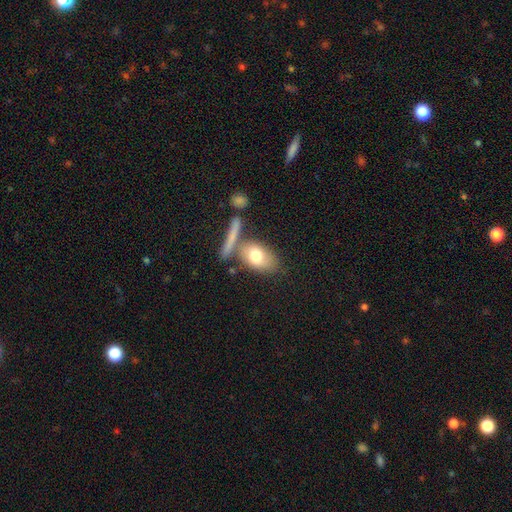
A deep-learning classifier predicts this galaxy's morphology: smooth_or_featured: smooth (p=0.73) [alt: featured or disk p=0.21]
how_rounded: in between (p=0.81) [alt: round p=0.13]
merging: none (p=0.57) [alt: merger p=0.21]